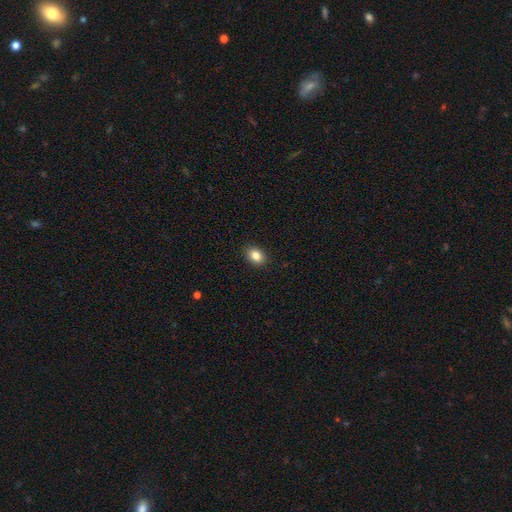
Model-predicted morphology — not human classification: The model was most divided on "how rounded": in between: 68%, round: 30%, cigar-shaped: 1%. More confident: merging — none (90%); smooth or featured — smooth (85%).